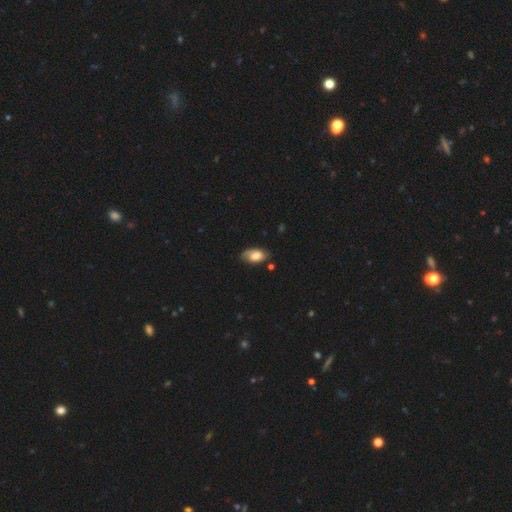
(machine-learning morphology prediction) Q: Smooth or featured?
A: smooth (63%); runner-up: featured or disk (29%)
Q: How rounded?
A: in between (92%); runner-up: round (5%)
Q: Merging?
A: none (61%); runner-up: minor disturbance (28%)